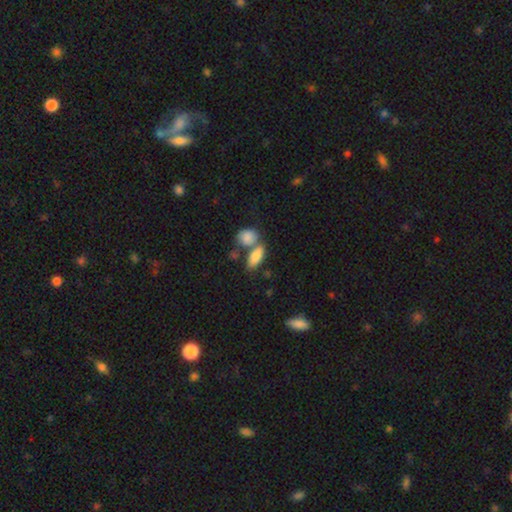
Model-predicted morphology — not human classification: Overall: smooth (85%). How rounded: in between (84%). Merging: none (45%; merger 40%).